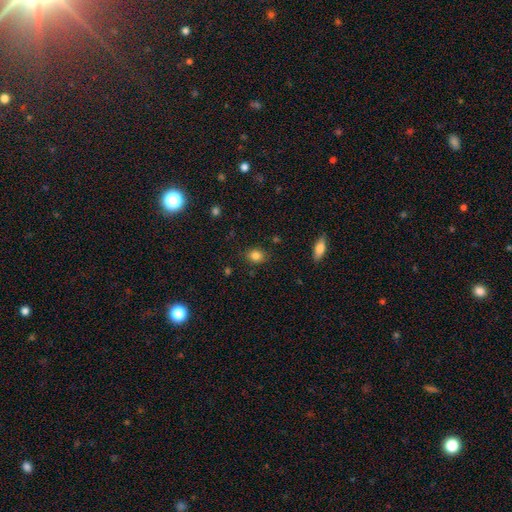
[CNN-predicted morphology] type=smooth (84%); roundness=round (51%); merging=none (84%).